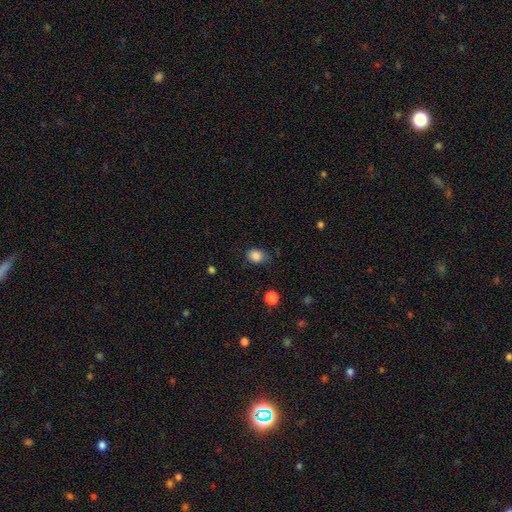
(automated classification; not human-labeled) Smooth or featured: smooth — 86% (star or artifact — 10%)
How rounded: in between — 50% (round — 49%)
Merging: none — 72% (minor disturbance — 21%)